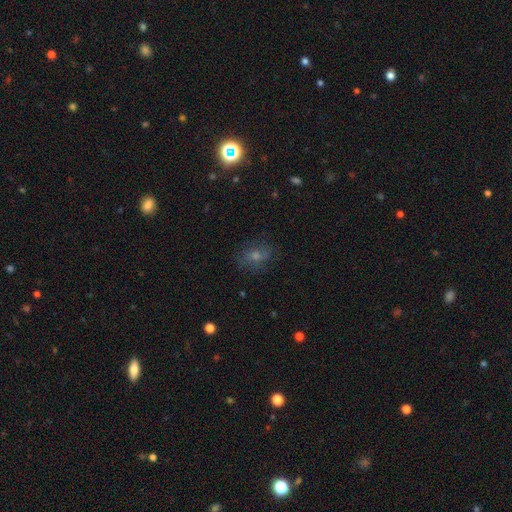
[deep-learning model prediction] Morphology: type=smooth (40%); merging=none (78%).